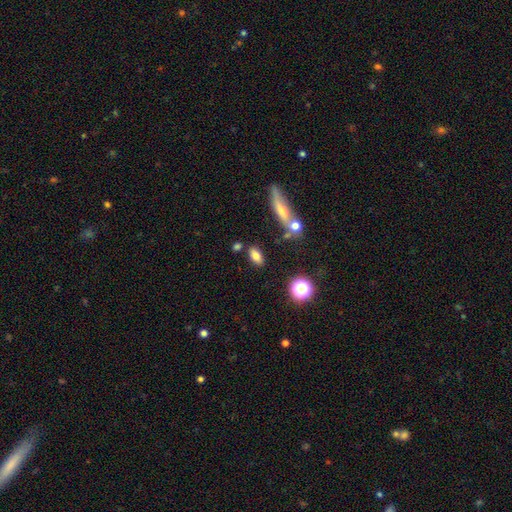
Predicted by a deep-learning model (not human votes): Morphology: type=smooth (77%); roundness=in between (82%); merging=none (76%).